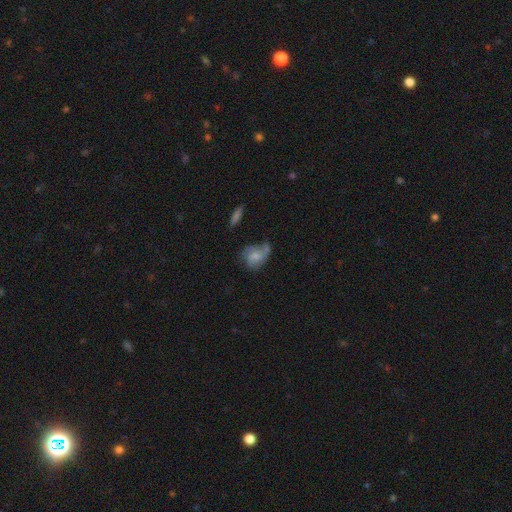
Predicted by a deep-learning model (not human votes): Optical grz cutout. It shows a smooth galaxy with no disk features (53%) that is in between round and cigar-shaped (61%). Merging: none (39%).